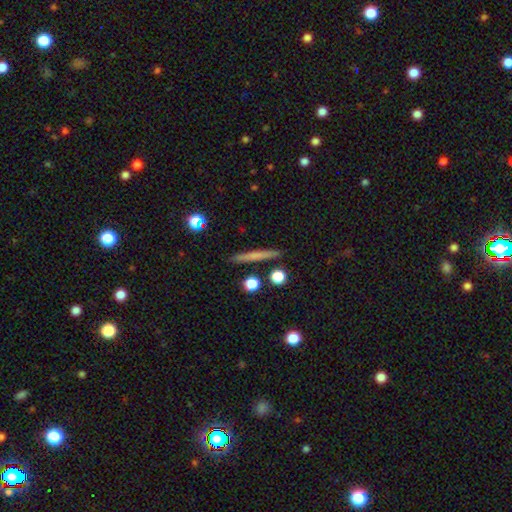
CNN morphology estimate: Smooth or featured: smooth — 62% (featured or disk — 30%)
How rounded: cigar-shaped — 93% (in between — 3%)
Merging: none — 90% (minor disturbance — 6%)